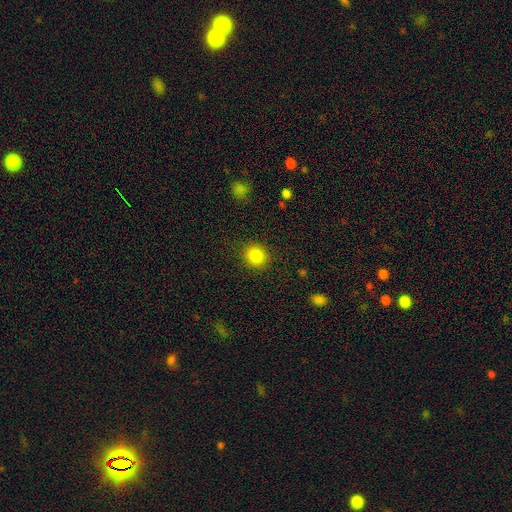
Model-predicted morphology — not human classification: type=smooth (85%); roundness=round (86%); merging=none (89%).